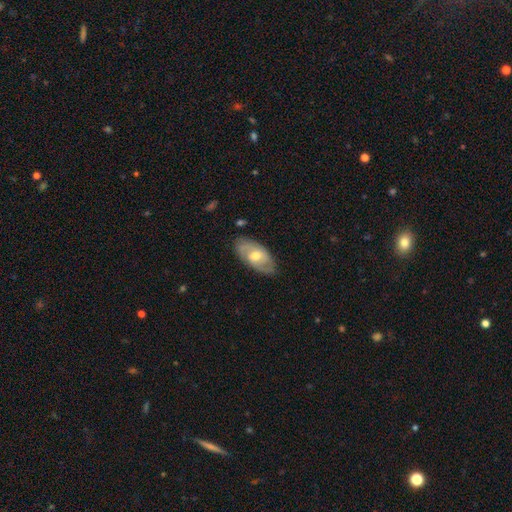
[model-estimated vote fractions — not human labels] Q: Smooth or featured?
A: featured or disk (59%); runner-up: smooth (36%)
Q: Edge-on disk?
A: no (89%); runner-up: yes (11%)
Q: Bar?
A: no (56%); runner-up: weak (37%)
Q: Spiral arms?
A: yes (69%); runner-up: no (31%)
Q: Bulge size?
A: moderate (72%); runner-up: small (20%)
Q: Merging?
A: none (79%); runner-up: minor disturbance (17%)